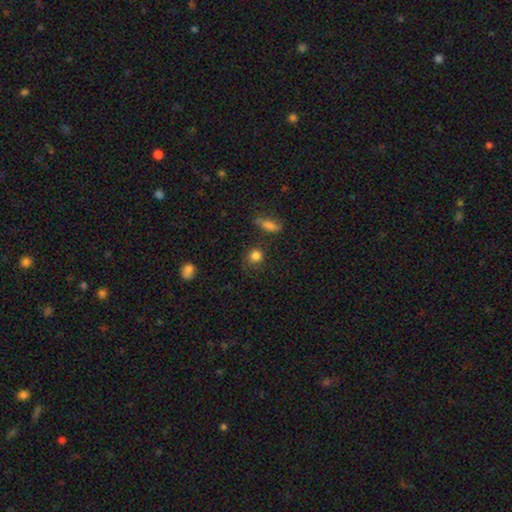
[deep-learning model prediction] The model was most divided on "merging": none: 74%, minor disturbance: 15%, major disturbance: 6%, merger: 5%. More confident: how rounded — round (86%); smooth or featured — smooth (83%).